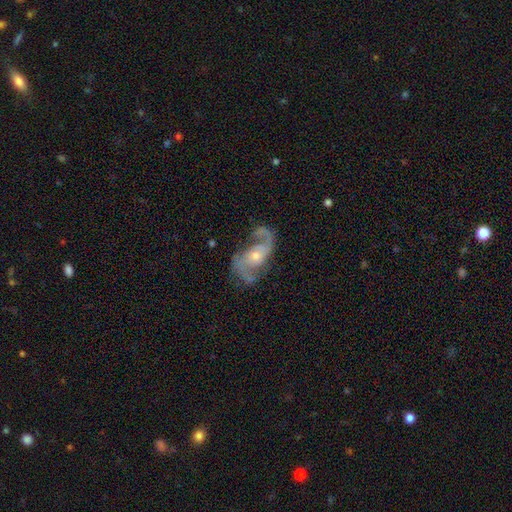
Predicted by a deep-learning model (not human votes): Q: Smooth or featured?
A: featured or disk (89%); runner-up: star or artifact (5%)
Q: Edge-on disk?
A: no (97%); runner-up: yes (3%)
Q: Bar?
A: no (60%); runner-up: weak (30%)
Q: Spiral arms?
A: yes (96%); runner-up: no (4%)
Q: Spiral winding?
A: medium (48%); runner-up: loose (39%)
Q: Spiral arm count?
A: 2 (90%); runner-up: 1 (3%)
Q: Bulge size?
A: small (53%); runner-up: moderate (42%)
Q: Merging?
A: none (68%); runner-up: minor disturbance (17%)